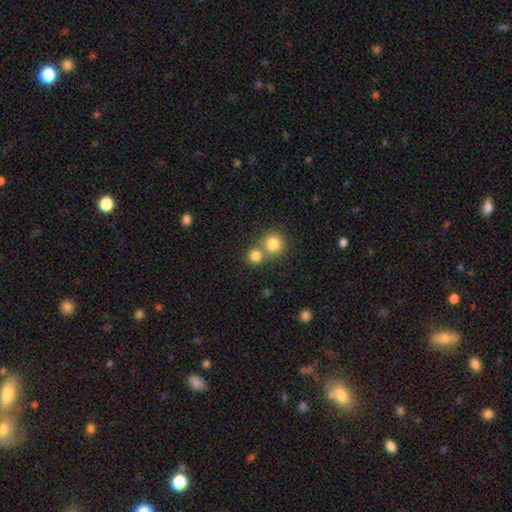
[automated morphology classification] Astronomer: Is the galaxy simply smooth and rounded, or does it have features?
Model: smooth — 82%.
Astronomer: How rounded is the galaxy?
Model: round — 88%.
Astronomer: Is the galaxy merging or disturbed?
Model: none — 51% (runner-up: merger, 41%).